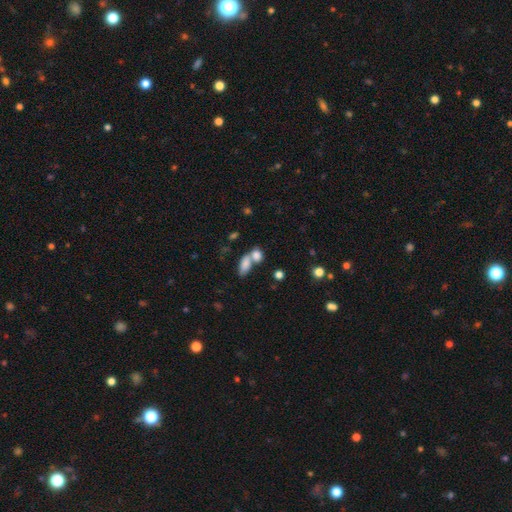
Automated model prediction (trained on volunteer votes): This appears to be a smooth galaxy with no disk features (81%) that is in between round and cigar-shaped (77%). Merging: merger (57%).